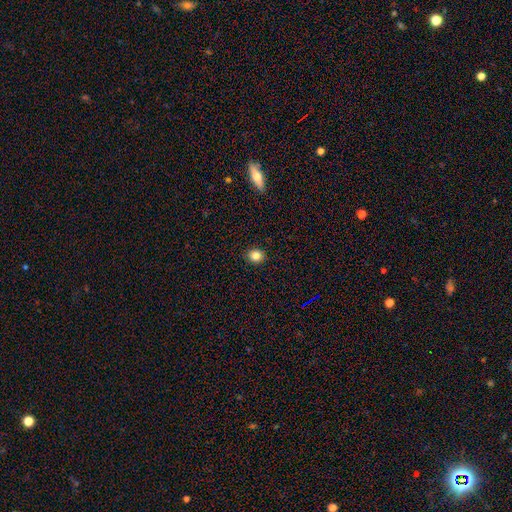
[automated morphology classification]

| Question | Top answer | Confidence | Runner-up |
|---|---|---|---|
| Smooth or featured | smooth | 83% | star or artifact (12%) |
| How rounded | round | 81% | in between (18%) |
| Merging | none | 91% | minor disturbance (7%) |